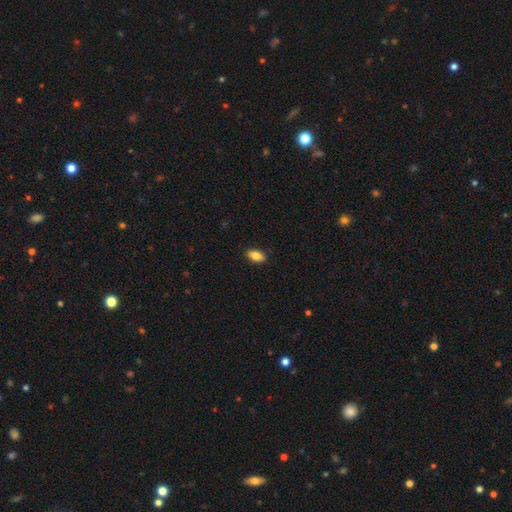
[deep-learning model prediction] Smooth or featured? Predicted: smooth (p=0.84). How rounded? Predicted: in between (p=0.89). Merging? Predicted: none (p=0.87).